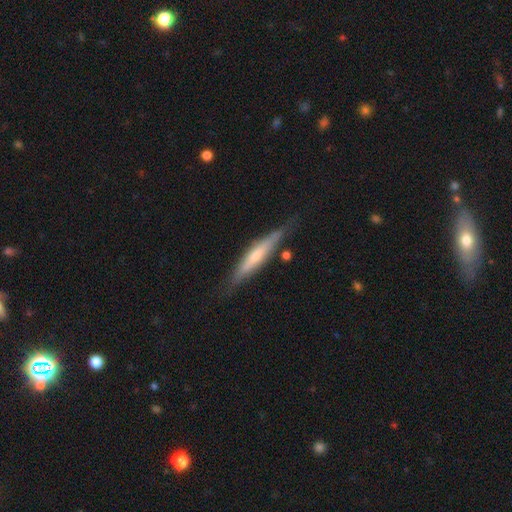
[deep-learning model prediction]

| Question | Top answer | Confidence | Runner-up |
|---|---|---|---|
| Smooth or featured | featured or disk | 53% | smooth (41%) |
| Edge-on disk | yes | 91% | no (9%) |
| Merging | none | 77% | minor disturbance (17%) |